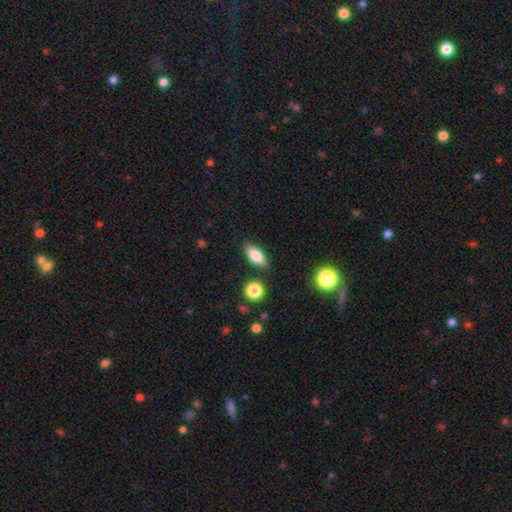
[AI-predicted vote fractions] A smooth galaxy with no disk features (74%) that is in between round and cigar-shaped (76%).

Vote fractions:
- Smooth or featured? smooth: 74% / featured or disk: 18% / star or artifact: 8%
- How rounded? in between: 76% / cigar-shaped: 19% / round: 5%
- Merging? none: 85% / minor disturbance: 10% / merger: 3% / major disturbance: 3%